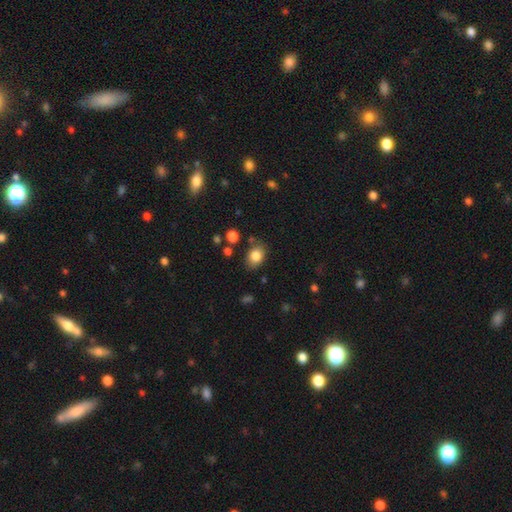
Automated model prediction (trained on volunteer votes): Smooth or featured? smooth (83%)
How rounded? in between (64%)
Merging? none (78%)